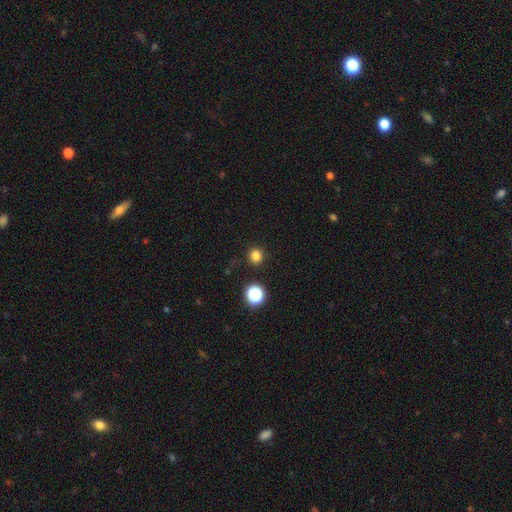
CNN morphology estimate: smooth-or-featured: smooth: 80% | star or artifact: 15% | featured or disk: 4%
  how-rounded: round: 91% | in between: 8% | cigar-shaped: 1%
  merging: none: 90% | minor disturbance: 6% | major disturbance: 2% | merger: 2%